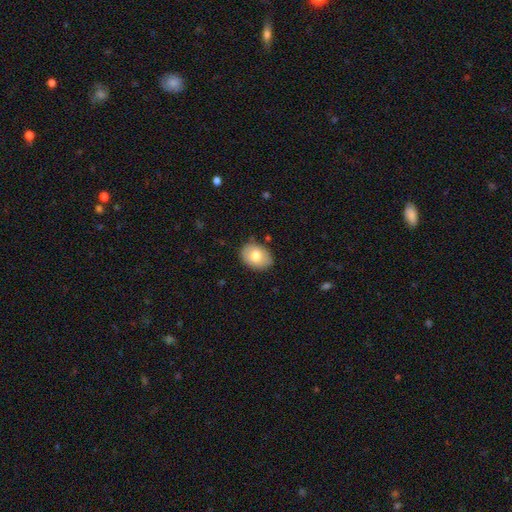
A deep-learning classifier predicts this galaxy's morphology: type=smooth (74%); roundness=in between (75%); merging=none (83%).